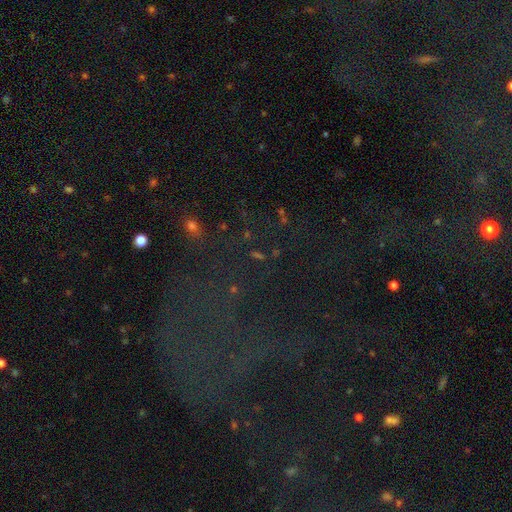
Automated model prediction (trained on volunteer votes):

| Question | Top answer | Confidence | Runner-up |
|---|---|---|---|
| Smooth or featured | star or artifact | 68% | featured or disk (16%) |